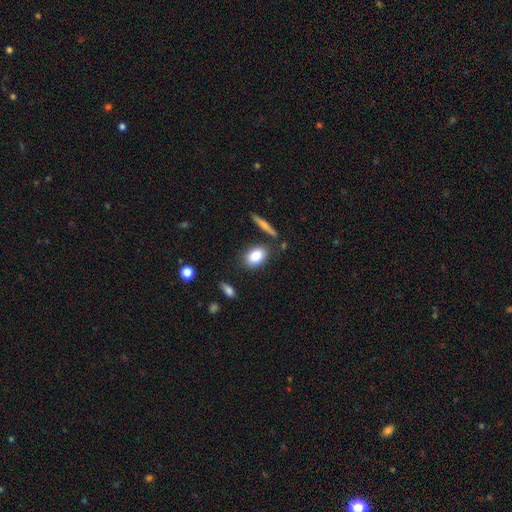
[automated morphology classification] Q: Smooth or featured?
A: smooth (85%); runner-up: featured or disk (8%)
Q: How rounded?
A: in between (78%); runner-up: round (19%)
Q: Merging?
A: none (78%); runner-up: minor disturbance (13%)